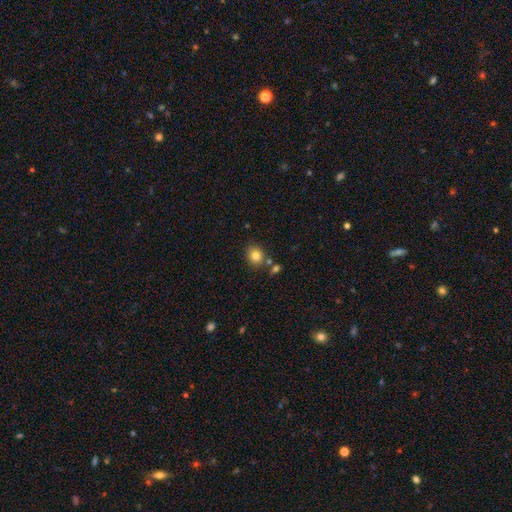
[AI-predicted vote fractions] A smooth galaxy with no disk features (82%) that is round (71%).

Vote fractions:
- Smooth or featured? smooth: 82% / star or artifact: 11% / featured or disk: 8%
- How rounded? round: 71% / in between: 28% / cigar-shaped: 1%
- Merging? none: 74% / merger: 11% / minor disturbance: 11% / major disturbance: 3%